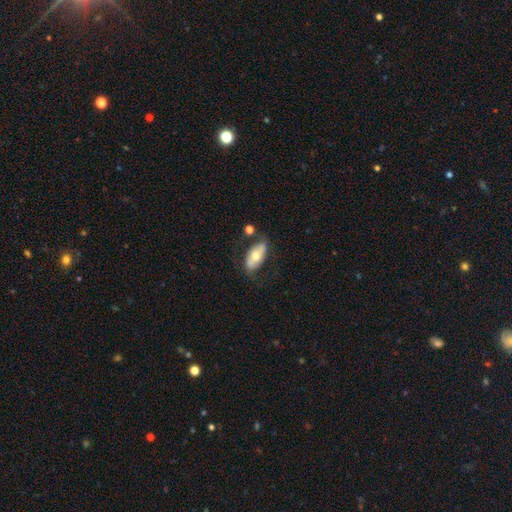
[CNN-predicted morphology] A smooth galaxy with no disk features (56%) that is in between round and cigar-shaped (88%).

Vote fractions:
- Smooth or featured? smooth: 56% / featured or disk: 37% / star or artifact: 6%
- How rounded? in between: 88% / cigar-shaped: 9% / round: 3%
- Merging? none: 66% / minor disturbance: 20% / major disturbance: 8% / merger: 6%